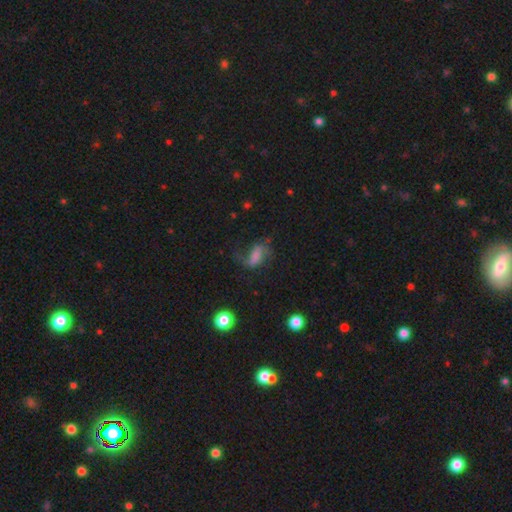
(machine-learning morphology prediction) smooth-or-featured: featured or disk: 55% | smooth: 31% | star or artifact: 13%
  disk-edge-on: no: 95% | yes: 5%
    bar: weak: 39% | no: 33% | strong: 28%
    has-spiral-arms: yes: 84% | no: 16%
    bulge-size: none: 36% | small: 28% | moderate: 22% | large: 11% | dominant: 3%
  merging: none: 49% | major disturbance: 28% | minor disturbance: 21% | merger: 3%